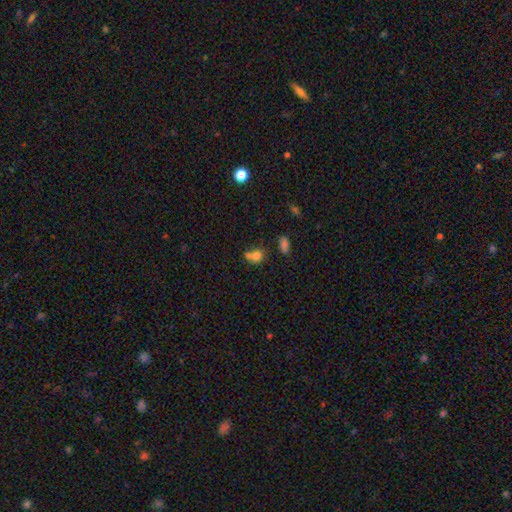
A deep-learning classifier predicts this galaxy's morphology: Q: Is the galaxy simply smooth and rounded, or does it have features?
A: smooth — 74%.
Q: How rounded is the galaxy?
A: round — 57%.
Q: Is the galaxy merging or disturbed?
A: merger — 44%.